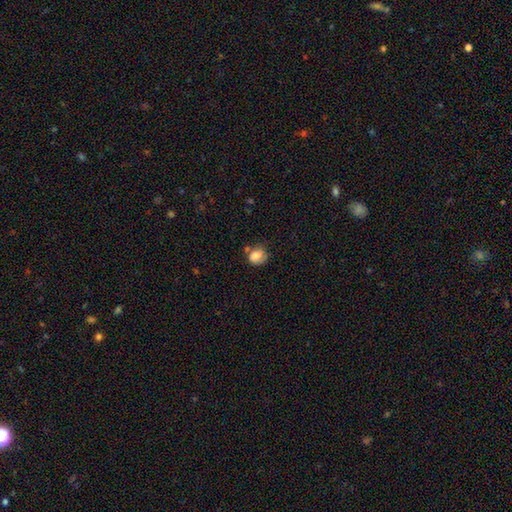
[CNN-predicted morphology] type=smooth (76%); roundness=round (62%); merging=none (51%).